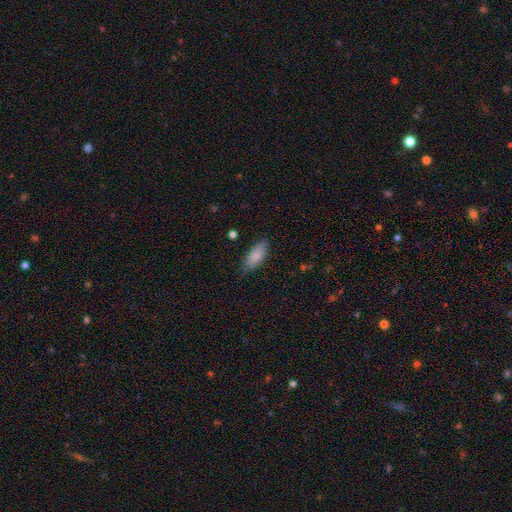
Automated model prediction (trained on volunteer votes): A smooth galaxy with no disk features (83%) that is in between round and cigar-shaped (76%). Merging: none (77%).